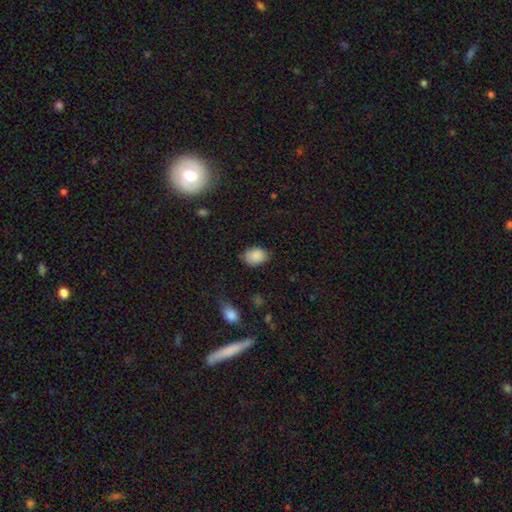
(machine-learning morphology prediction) smooth 87%, star or artifact 8%, featured or disk 5%. Down the decision tree: how rounded — in between (73%); merging — none (74%).